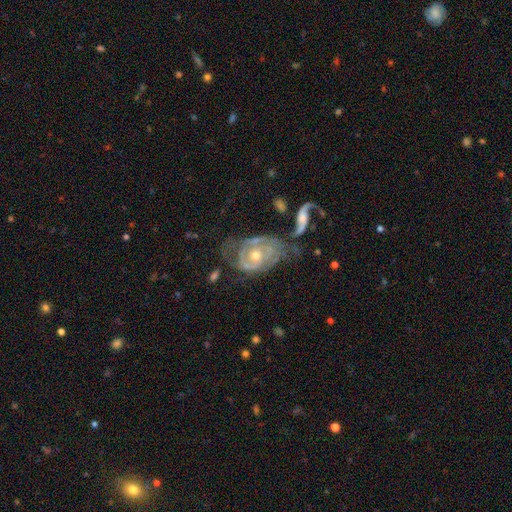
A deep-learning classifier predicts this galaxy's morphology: Overall: featured or disk (84%). Edge-on disk: no (96%). Bar: no (74%). Spiral arms: yes (85%). Spiral arm count: 2 (46%; can't tell 31%). Spiral winding: tight (61%; medium 28%). Bulge size: moderate (64%; small 32%). Merging: none (38%; major disturbance 25%).